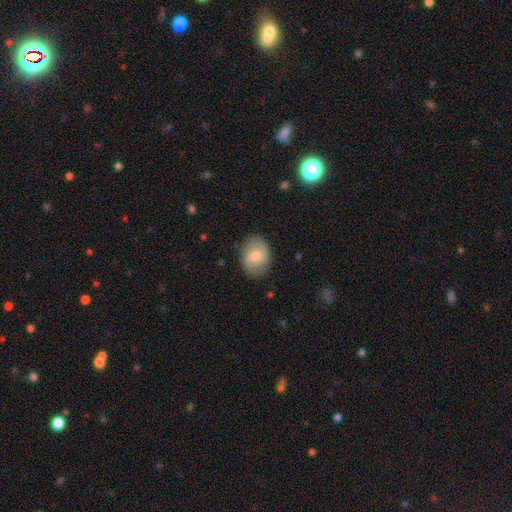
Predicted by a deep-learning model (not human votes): Smooth or featured?
  - smooth: 64% *
  - featured or disk: 30%
  - star or artifact: 7%
How rounded?
  - in between: 61% *
  - round: 38%
  - cigar-shaped: 1%
Merging?
  - none: 80% *
  - minor disturbance: 15%
  - major disturbance: 5%
  - merger: 1%